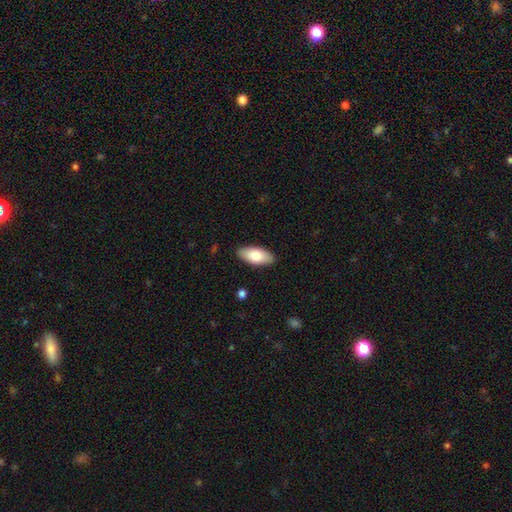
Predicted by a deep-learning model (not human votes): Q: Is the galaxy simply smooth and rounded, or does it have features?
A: smooth — 80%.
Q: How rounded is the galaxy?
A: in between — 89%.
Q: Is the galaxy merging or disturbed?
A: none — 89%.